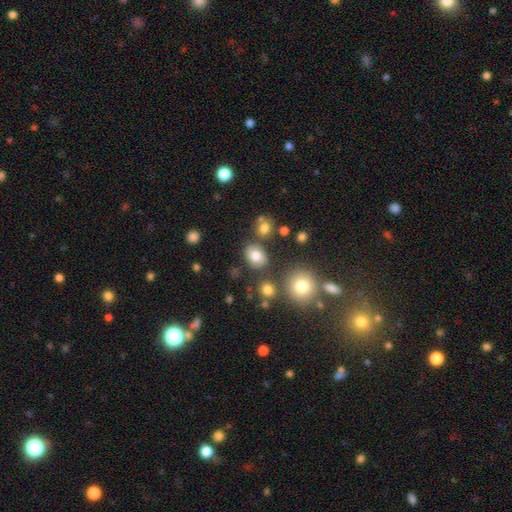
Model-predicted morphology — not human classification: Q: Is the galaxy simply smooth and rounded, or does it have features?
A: smooth — 78%.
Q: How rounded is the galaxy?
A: round — 50%.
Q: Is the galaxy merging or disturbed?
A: none — 78%.